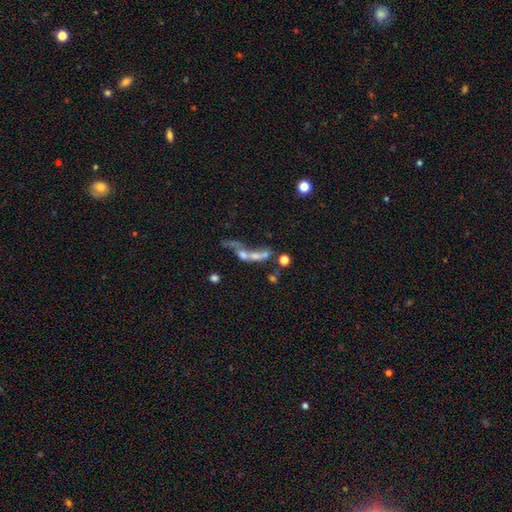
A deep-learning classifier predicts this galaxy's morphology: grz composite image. It shows a featured or disk galaxy (50%). Merging: merger (55%).